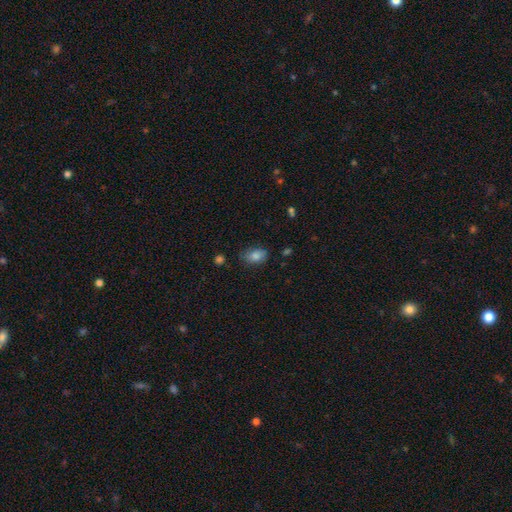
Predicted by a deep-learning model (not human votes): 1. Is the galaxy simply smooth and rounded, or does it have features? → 82% smooth, 9% featured or disk, 9% star or artifact.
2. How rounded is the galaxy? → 83% in between, 15% round, 2% cigar-shaped.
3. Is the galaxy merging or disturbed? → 70% none, 23% minor disturbance, 5% major disturbance, 2% merger.